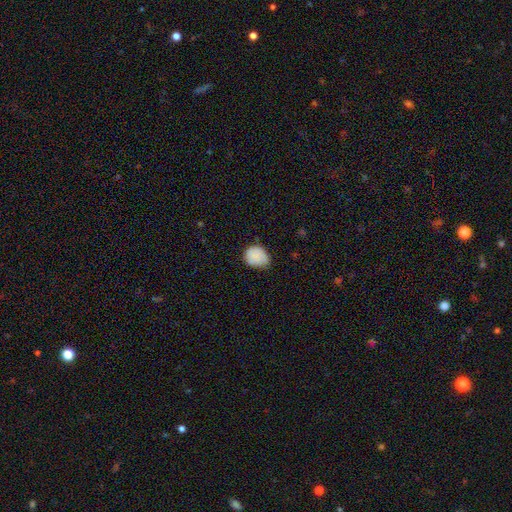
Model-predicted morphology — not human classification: Overall: smooth (85%). How rounded: round (57%; in between 42%). Merging: none (58%; minor disturbance 35%).